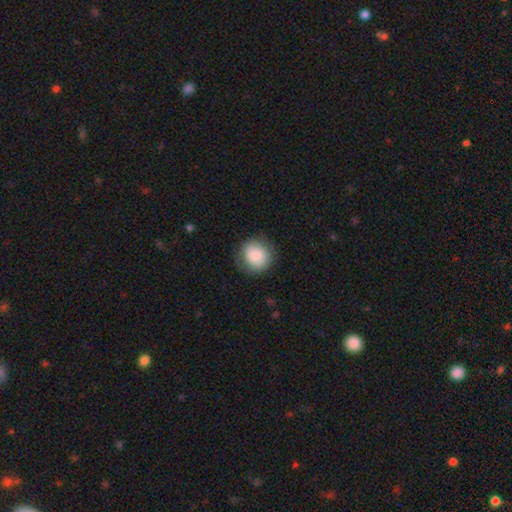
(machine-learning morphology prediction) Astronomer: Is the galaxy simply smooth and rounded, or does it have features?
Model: smooth — 85%.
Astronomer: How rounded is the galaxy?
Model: round — 87%.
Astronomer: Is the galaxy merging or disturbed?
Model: none — 81%.